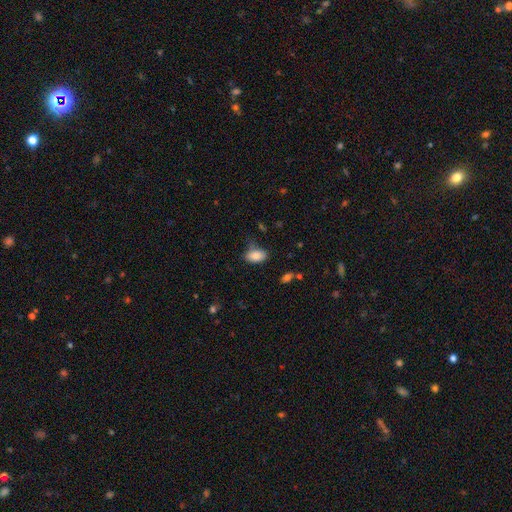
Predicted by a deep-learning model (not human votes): Smooth or featured: smooth — 86% (star or artifact — 8%)
How rounded: in between — 92% (round — 6%)
Merging: none — 65% (minor disturbance — 25%)